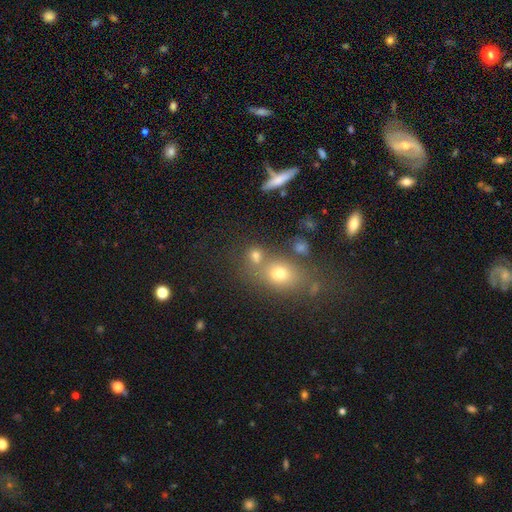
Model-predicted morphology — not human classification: This appears to be a smooth galaxy with no disk features (69%) that is round (62%). Merging: none (53%).